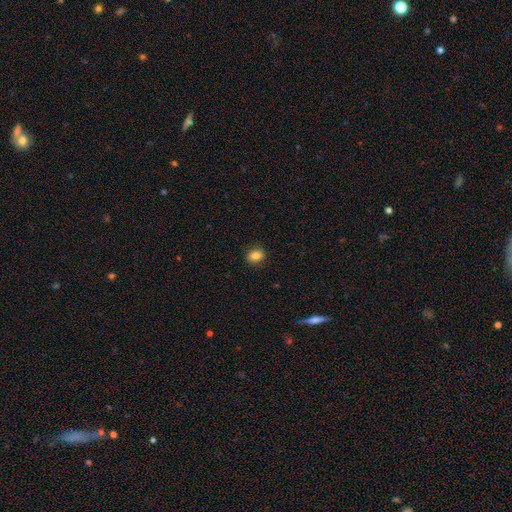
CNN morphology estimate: A smooth galaxy with no disk features (84%) that is in between round and cigar-shaped (63%). Merging: none (87%).